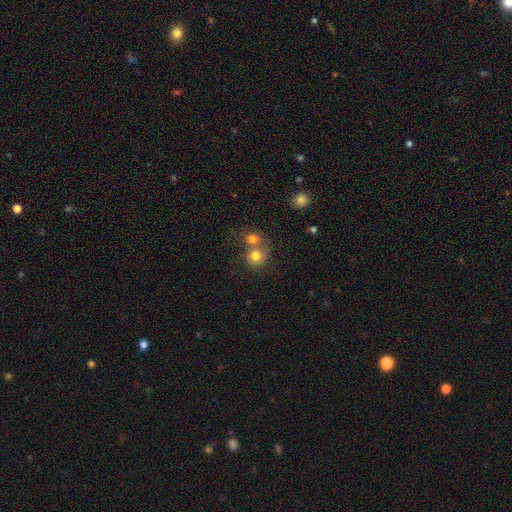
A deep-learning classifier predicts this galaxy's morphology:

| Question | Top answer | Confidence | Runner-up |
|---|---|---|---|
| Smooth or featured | smooth | 77% | star or artifact (12%) |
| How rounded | round | 84% | in between (15%) |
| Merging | merger | 47% | none (42%) |